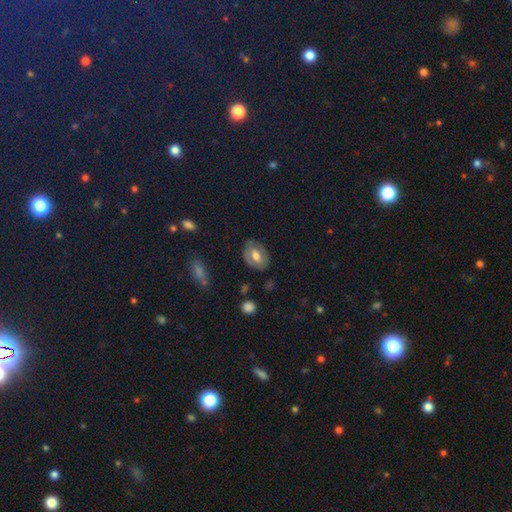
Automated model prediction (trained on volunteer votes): Overall: smooth (54%; featured or disk 39%). How rounded: in between (77%). Merging: none (77%).